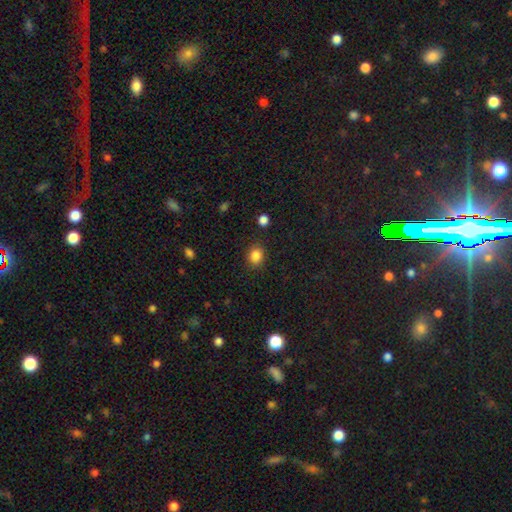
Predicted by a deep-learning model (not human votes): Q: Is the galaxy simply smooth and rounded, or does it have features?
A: smooth — 85%.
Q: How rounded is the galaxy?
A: round — 67%.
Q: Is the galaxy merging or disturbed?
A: none — 86%.